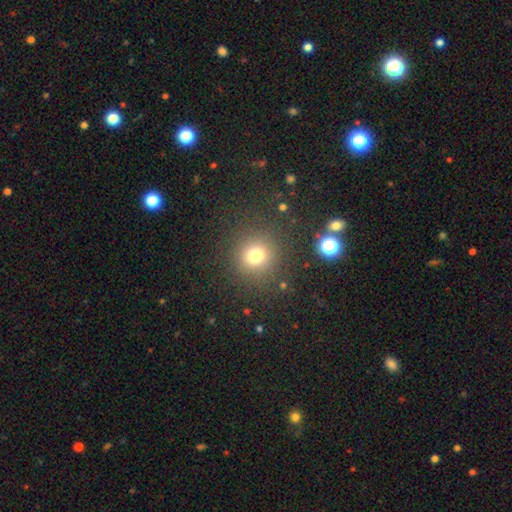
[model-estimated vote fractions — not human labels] Overall: smooth (74%). How rounded: round (92%). Merging: none (87%).